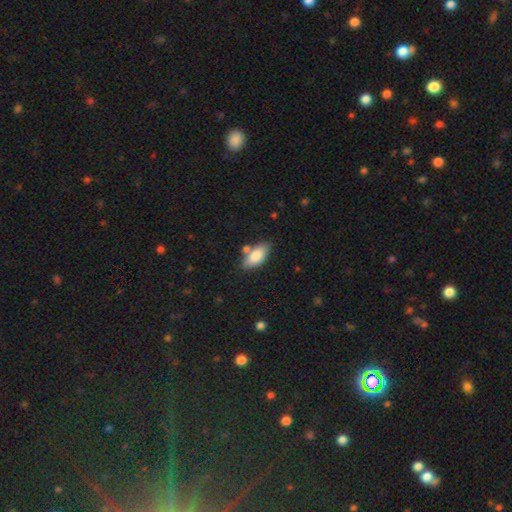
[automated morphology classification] smooth-or-featured: smooth: 83% | featured or disk: 11% | star or artifact: 6%
  how-rounded: in between: 88% | cigar-shaped: 9% | round: 3%
  merging: none: 72% | minor disturbance: 14% | merger: 11% | major disturbance: 3%